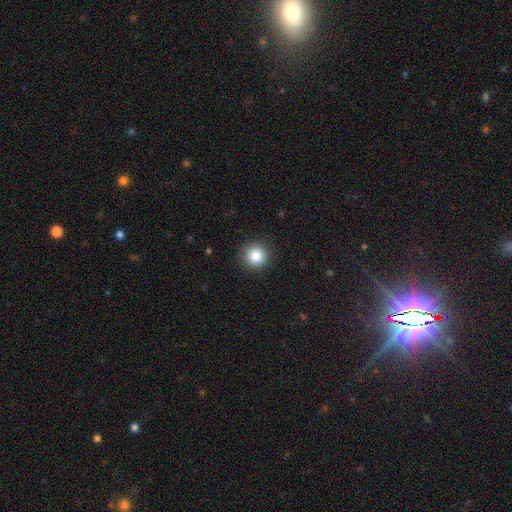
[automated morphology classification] smooth 84%, star or artifact 10%, featured or disk 6%. Down the decision tree: how rounded — round (95%); merging — none (92%).